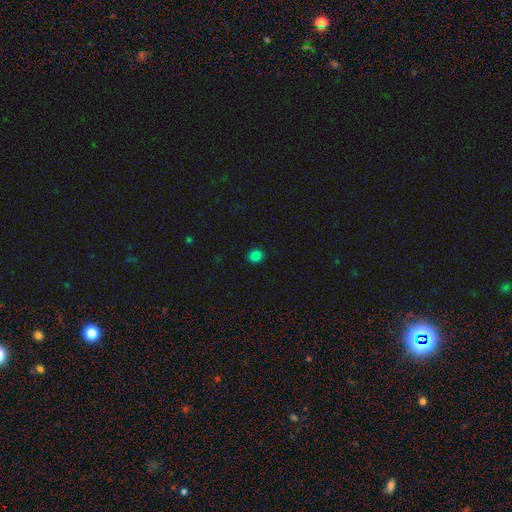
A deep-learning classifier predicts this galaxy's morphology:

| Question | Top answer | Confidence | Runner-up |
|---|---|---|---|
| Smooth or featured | smooth | 83% | star or artifact (13%) |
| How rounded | round | 87% | in between (12%) |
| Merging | none | 92% | minor disturbance (5%) |